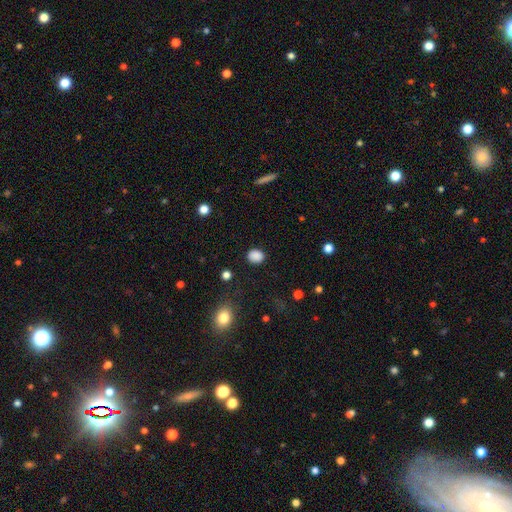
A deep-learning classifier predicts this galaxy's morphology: Smooth or featured?
  - smooth: 86% *
  - star or artifact: 10%
  - featured or disk: 3%
How rounded?
  - round: 52% *
  - in between: 47%
  - cigar-shaped: 1%
Merging?
  - none: 87% *
  - minor disturbance: 9%
  - major disturbance: 3%
  - merger: 1%